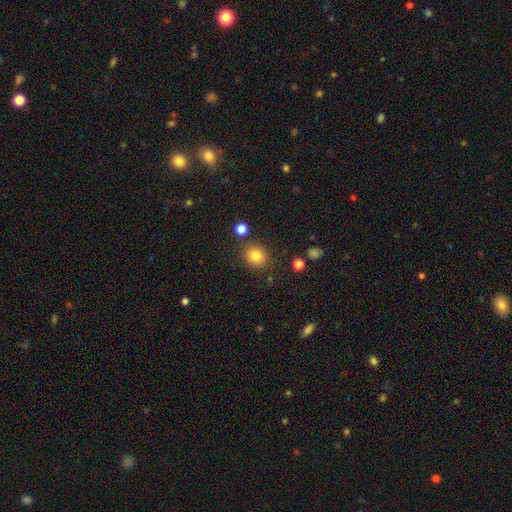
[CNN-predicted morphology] smooth-or-featured: smooth: 83% | star or artifact: 11% | featured or disk: 6%
  how-rounded: round: 74% | in between: 25% | cigar-shaped: 1%
  merging: none: 82% | minor disturbance: 10% | merger: 5% | major disturbance: 3%